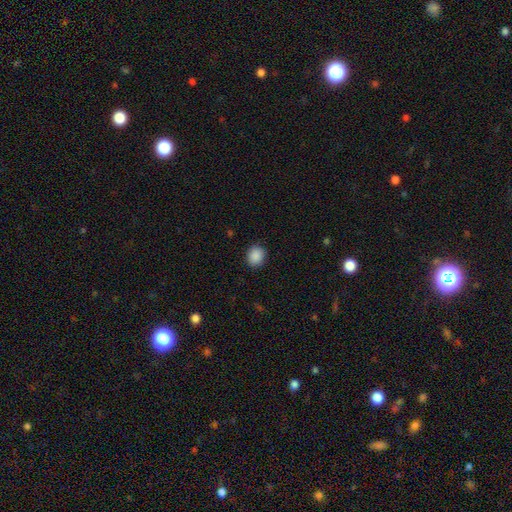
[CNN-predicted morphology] smooth_or_featured: smooth (p=0.89) [alt: star or artifact p=0.08]
how_rounded: round (p=0.72) [alt: in between p=0.28]
merging: none (p=0.88) [alt: minor disturbance p=0.09]